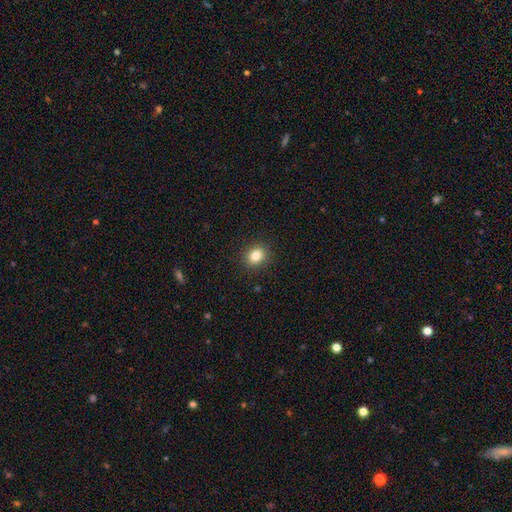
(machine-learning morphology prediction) This appears to be a smooth galaxy with no disk features (83%) that is round (70%). Merging: none (91%).